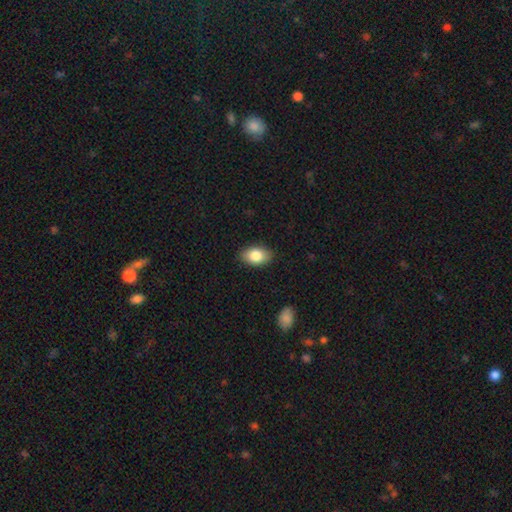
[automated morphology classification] smooth_or_featured: smooth (p=0.83) [alt: featured or disk p=0.10]
how_rounded: in between (p=0.89) [alt: round p=0.09]
merging: none (p=0.88) [alt: minor disturbance p=0.09]